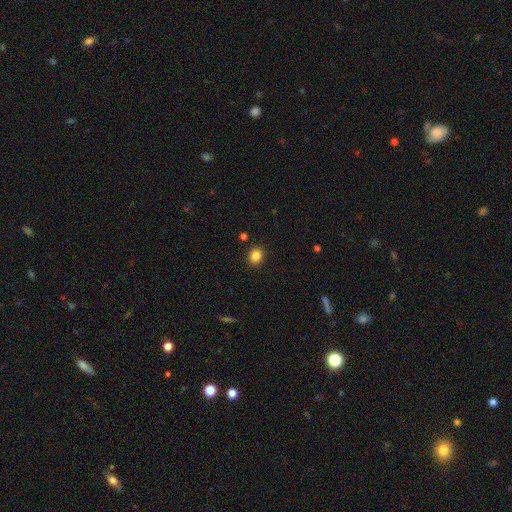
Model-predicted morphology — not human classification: smooth-or-featured: smooth: 85% | star or artifact: 11% | featured or disk: 4%
  how-rounded: round: 58% | in between: 41% | cigar-shaped: 1%
  merging: none: 89% | minor disturbance: 7% | major disturbance: 2% | merger: 2%